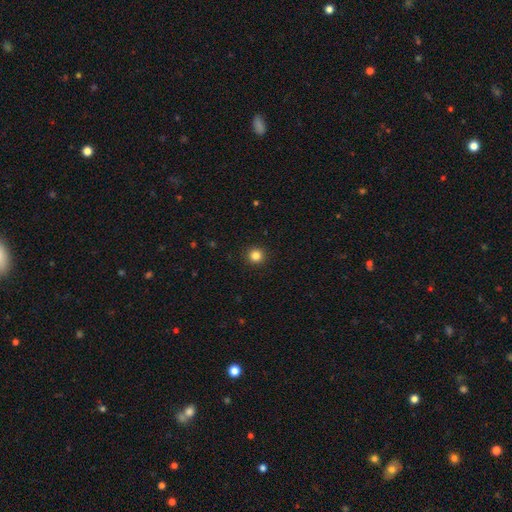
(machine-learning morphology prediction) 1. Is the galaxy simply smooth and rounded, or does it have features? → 84% smooth, 12% star or artifact, 4% featured or disk.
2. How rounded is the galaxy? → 95% round, 4% in between, 1% cigar-shaped.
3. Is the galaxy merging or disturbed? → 93% none, 4% minor disturbance, 2% major disturbance, 1% merger.